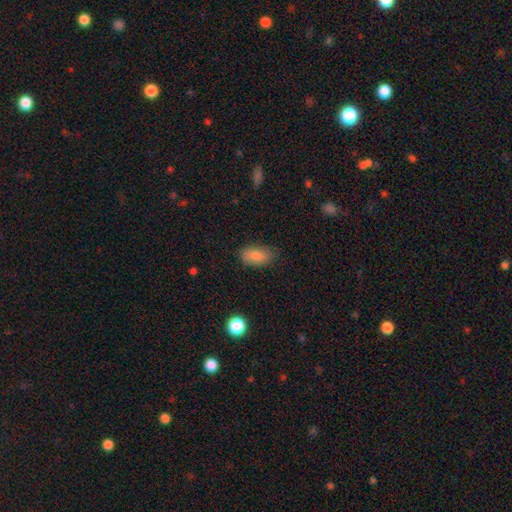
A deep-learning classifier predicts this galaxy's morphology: type=smooth (83%); roundness=in between (91%); merging=none (79%).